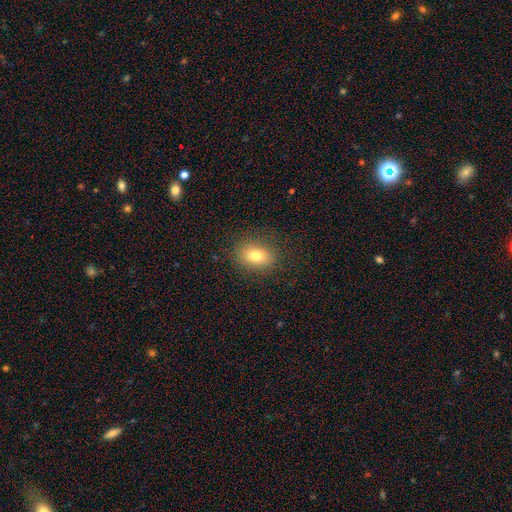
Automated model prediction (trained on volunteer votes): Overall: smooth (79%). How rounded: in between (67%; round 31%). Merging: none (86%).